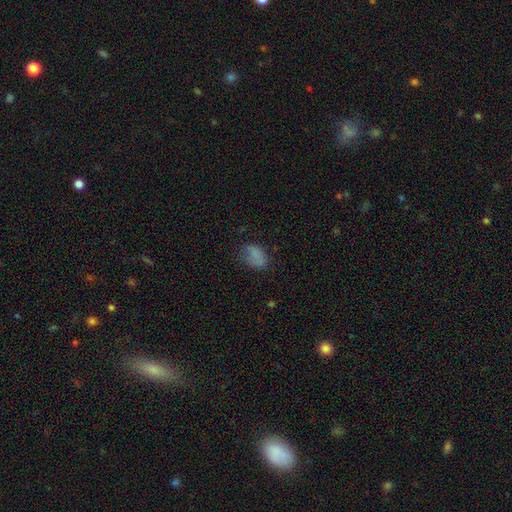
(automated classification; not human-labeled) Smooth or featured: smooth — 76% (star or artifact — 12%)
How rounded: in between — 83% (round — 16%)
Merging: none — 56% (minor disturbance — 28%)